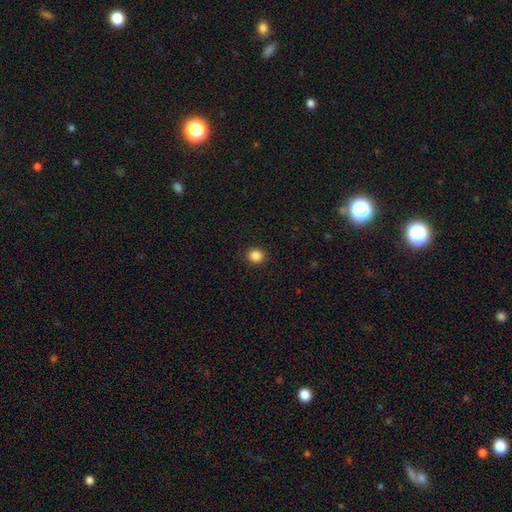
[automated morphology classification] Smooth or featured? Predicted: smooth (p=0.86). How rounded? Predicted: round (p=0.85). Merging? Predicted: none (p=0.91).